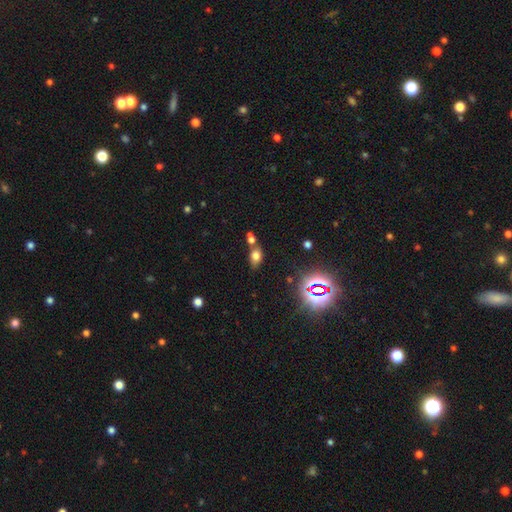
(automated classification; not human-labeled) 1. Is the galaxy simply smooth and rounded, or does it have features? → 70% smooth, 19% star or artifact, 11% featured or disk.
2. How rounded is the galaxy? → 79% in between, 18% round, 3% cigar-shaped.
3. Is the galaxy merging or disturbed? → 52% none, 30% merger, 13% minor disturbance, 5% major disturbance.